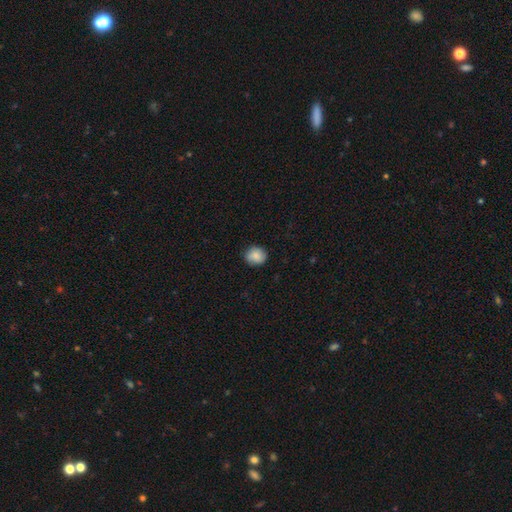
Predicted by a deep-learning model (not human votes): This is clearly a smooth galaxy (86%). How rounded: clearly round (84%). Merging: clearly none (87%).